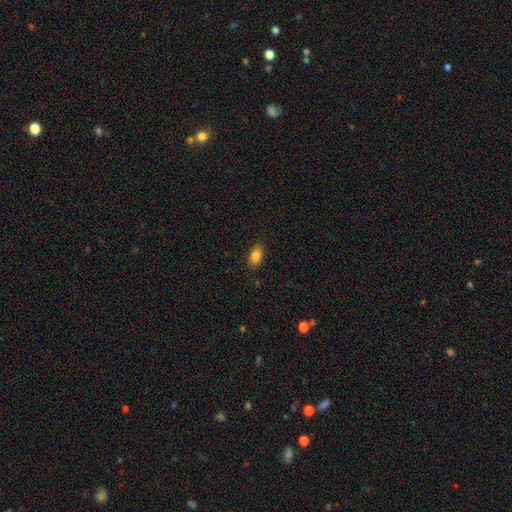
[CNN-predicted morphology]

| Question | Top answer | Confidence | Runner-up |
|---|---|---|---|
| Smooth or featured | smooth | 84% | star or artifact (9%) |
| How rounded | in between | 88% | round (10%) |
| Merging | none | 87% | minor disturbance (10%) |